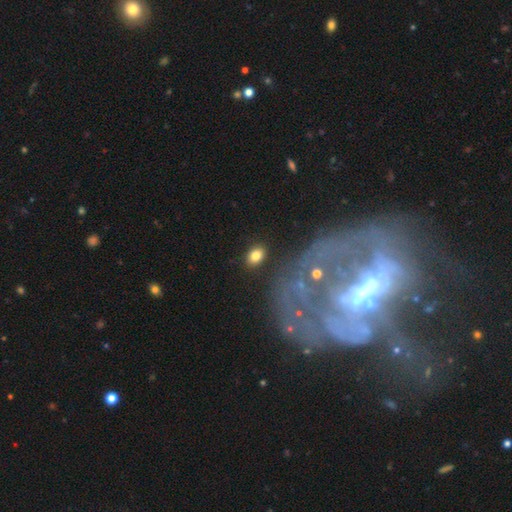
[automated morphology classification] Q: Smooth or featured?
A: smooth (80%); runner-up: featured or disk (11%)
Q: How rounded?
A: in between (80%); runner-up: round (18%)
Q: Merging?
A: none (84%); runner-up: minor disturbance (10%)